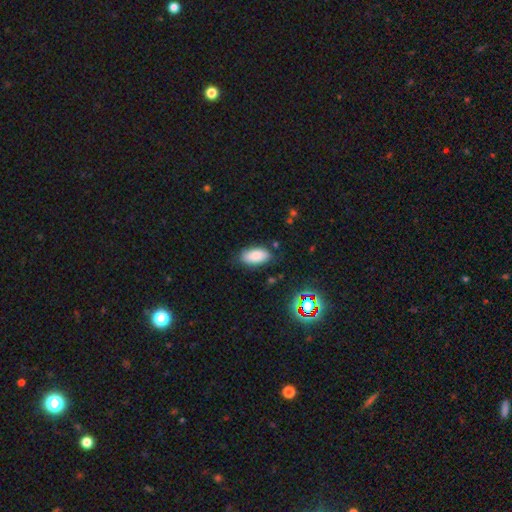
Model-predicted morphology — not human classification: The model was most divided on "merging": none: 81%, minor disturbance: 14%, major disturbance: 3%, merger: 2%. More confident: how rounded — in between (94%); smooth or featured — smooth (84%).